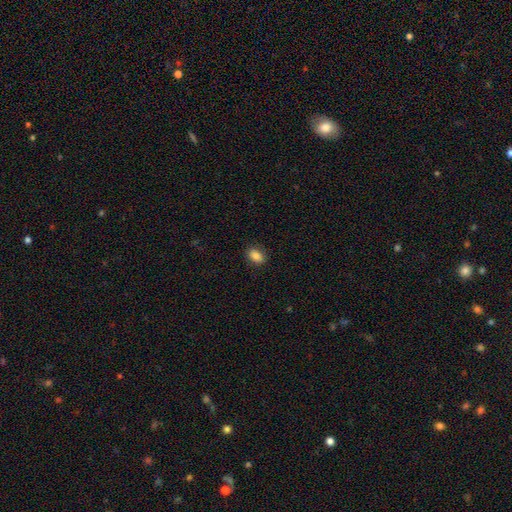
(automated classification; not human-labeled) A smooth galaxy with no disk features (86%) that is in between round and cigar-shaped (84%). Merging: none (87%).